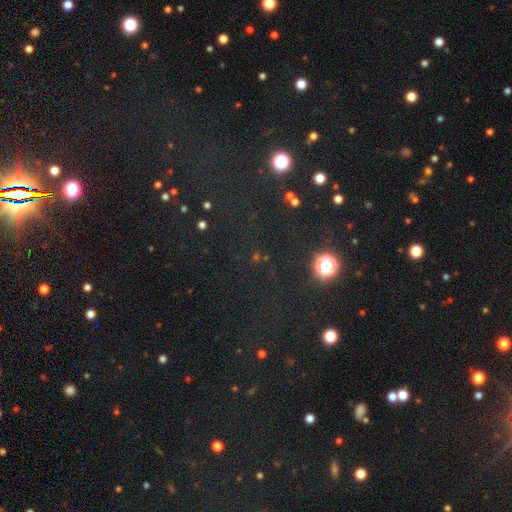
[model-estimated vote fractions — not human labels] This is likely a star or artifact rather than a galaxy (74%).